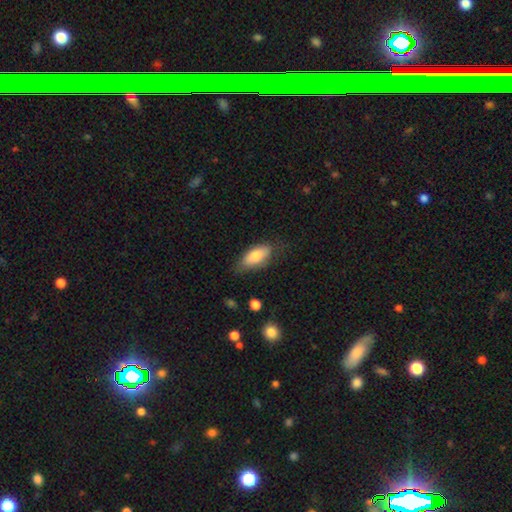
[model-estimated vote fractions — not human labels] Q: Smooth or featured?
A: smooth (78%); runner-up: featured or disk (15%)
Q: How rounded?
A: in between (84%); runner-up: cigar-shaped (14%)
Q: Merging?
A: none (68%); runner-up: minor disturbance (24%)